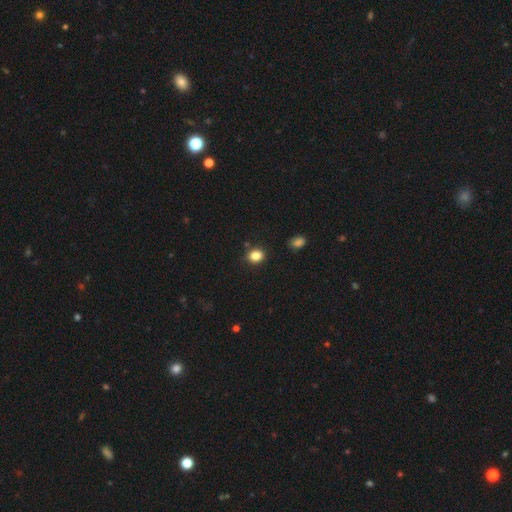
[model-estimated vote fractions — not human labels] Smooth or featured: smooth — 85% (star or artifact — 11%)
How rounded: round — 51% (in between — 48%)
Merging: none — 85% (minor disturbance — 10%)